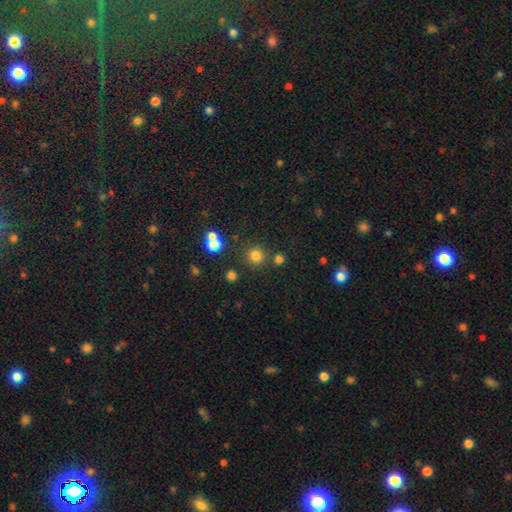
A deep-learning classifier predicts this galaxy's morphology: A smooth galaxy with no disk features (78%) that is round (93%).

Vote fractions:
- Smooth or featured? smooth: 78% / star or artifact: 17% / featured or disk: 5%
- How rounded? round: 93% / in between: 6% / cigar-shaped: 1%
- Merging? none: 82% / merger: 8% / minor disturbance: 7% / major disturbance: 3%